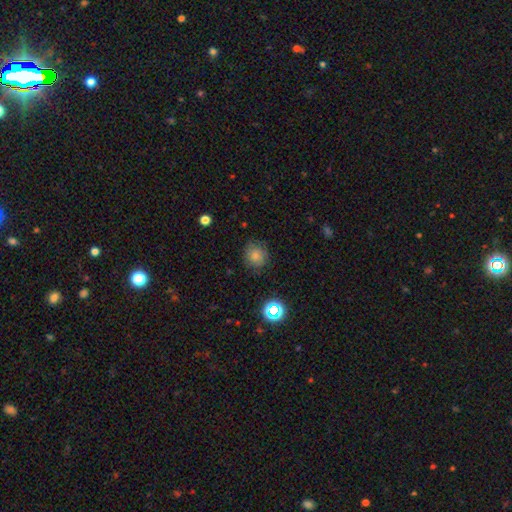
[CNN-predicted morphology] This is likely a smooth galaxy (76%). How rounded: clearly round (87%). Merging: likely none (79%).